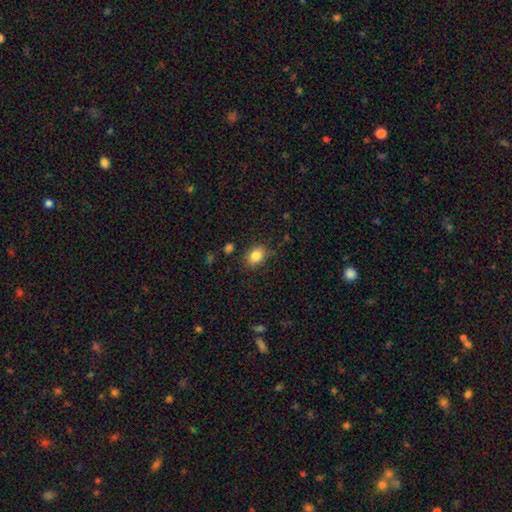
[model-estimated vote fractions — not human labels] The model was most divided on "how rounded": in between: 65%, round: 34%, cigar-shaped: 1%. More confident: smooth or featured — smooth (84%); merging — none (79%).